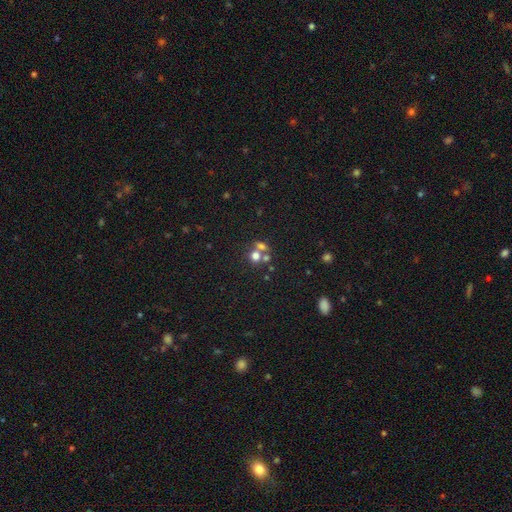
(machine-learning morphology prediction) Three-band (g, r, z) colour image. It shows a smooth galaxy with no disk features (65%) that is round (78%). Merging: merger (47%).